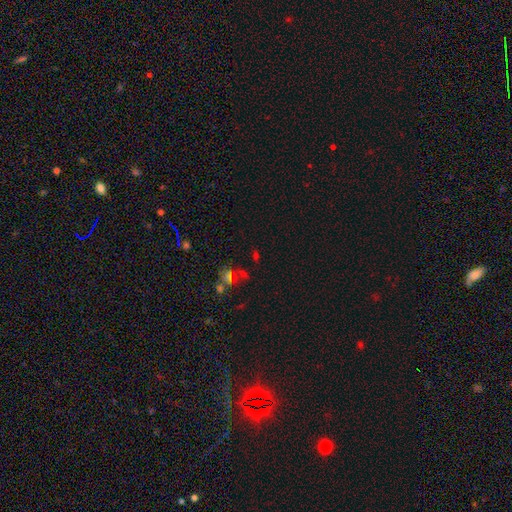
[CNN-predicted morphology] This appears to be a star or artifact, not a galaxy (49%).